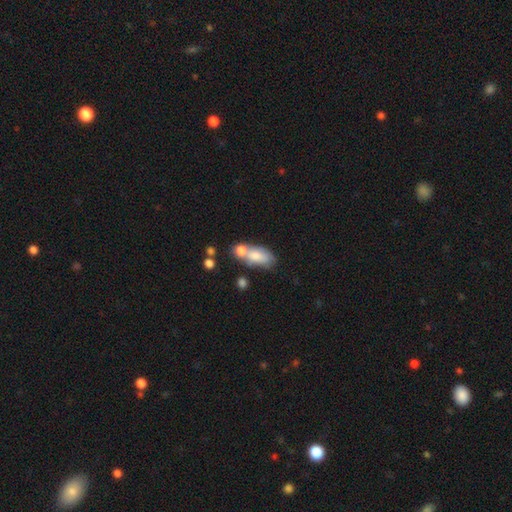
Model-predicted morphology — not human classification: smooth 75%, featured or disk 17%, star or artifact 8%. Down the decision tree: how rounded — in between (84%); merging — merger (43%).